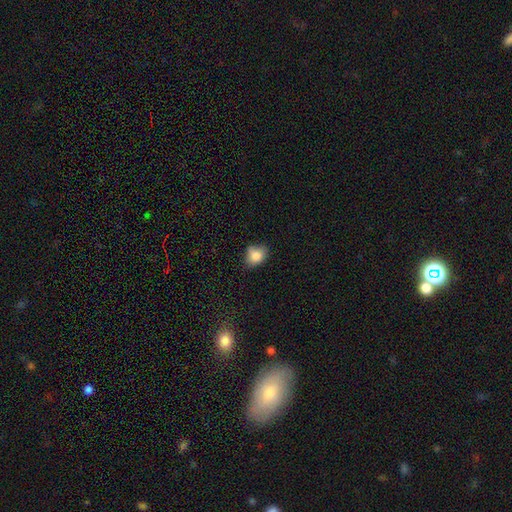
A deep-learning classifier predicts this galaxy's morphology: The model was most divided on "how rounded": in between: 52%, round: 47%, cigar-shaped: 1%. More confident: smooth or featured — smooth (82%); merging — none (57%).